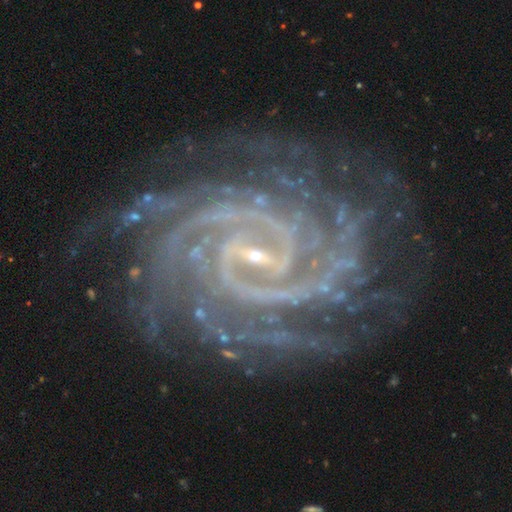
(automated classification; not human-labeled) This is clearly a featured or disk galaxy (93%). It is clearly not viewed edge-on (98%). Bar: marginally weak (41%). Spiral arm pattern: clearly yes (99%). Spiral arm count: marginally 2 (21%). Spiral winding: clearly tight (82%). Central bulge: clearly small (85%). Merging: clearly none (80%).